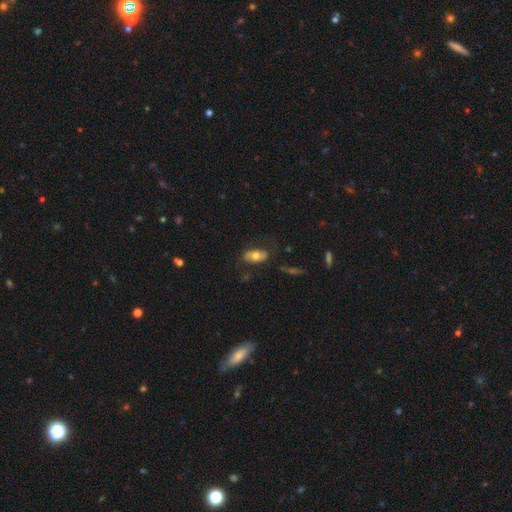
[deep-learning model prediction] This is possibly a smooth galaxy (59%). How rounded: clearly in between (90%). Merging: likely none (67%).